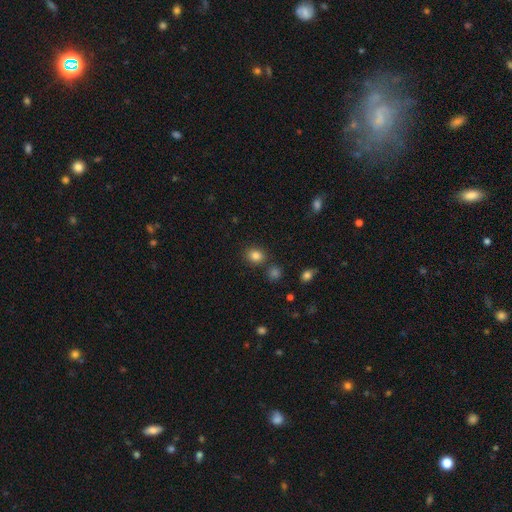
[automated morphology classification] Smooth or featured?
  - smooth: 84% *
  - star or artifact: 11%
  - featured or disk: 5%
How rounded?
  - round: 64% *
  - in between: 35%
  - cigar-shaped: 1%
Merging?
  - none: 80% *
  - minor disturbance: 9%
  - merger: 7%
  - major disturbance: 3%